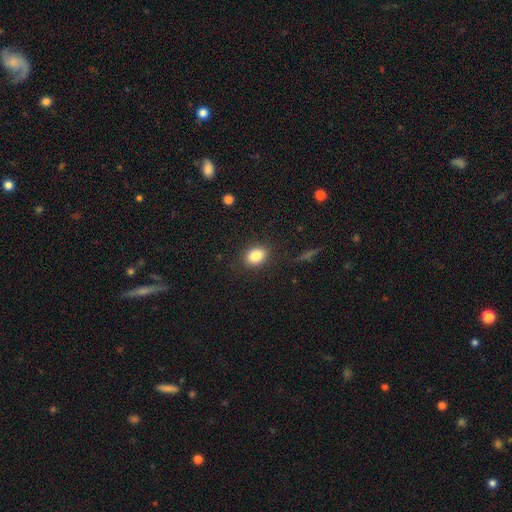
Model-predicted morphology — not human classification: smooth_or_featured: smooth (p=0.84) [alt: star or artifact p=0.10]
how_rounded: in between (p=0.64) [alt: round p=0.35]
merging: none (p=0.87) [alt: minor disturbance p=0.09]